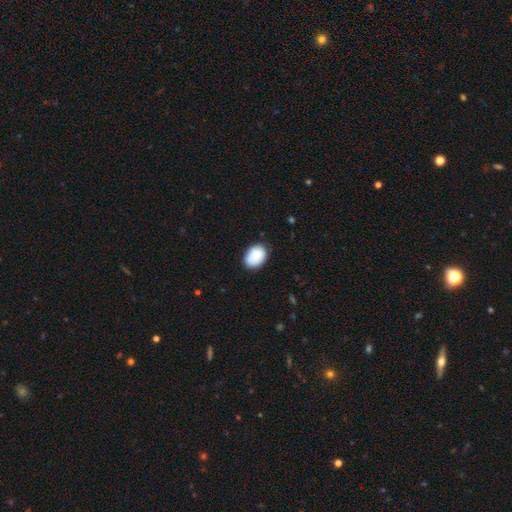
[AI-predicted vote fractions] A smooth galaxy with no disk features (87%) that is in between round and cigar-shaped (74%). Merging: none (80%).